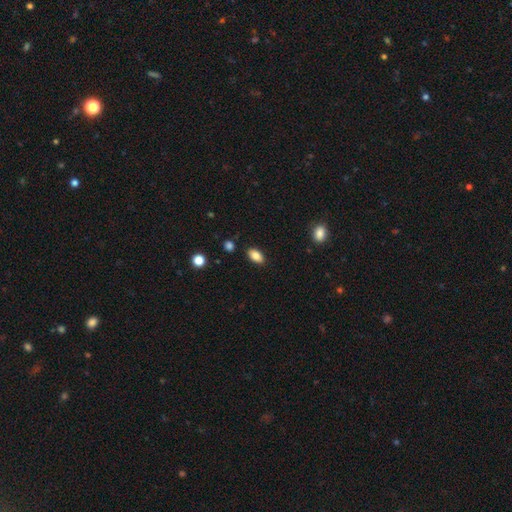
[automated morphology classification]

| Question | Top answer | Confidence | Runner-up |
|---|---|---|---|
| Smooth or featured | smooth | 84% | star or artifact (8%) |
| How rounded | in between | 91% | round (6%) |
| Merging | none | 87% | minor disturbance (9%) |